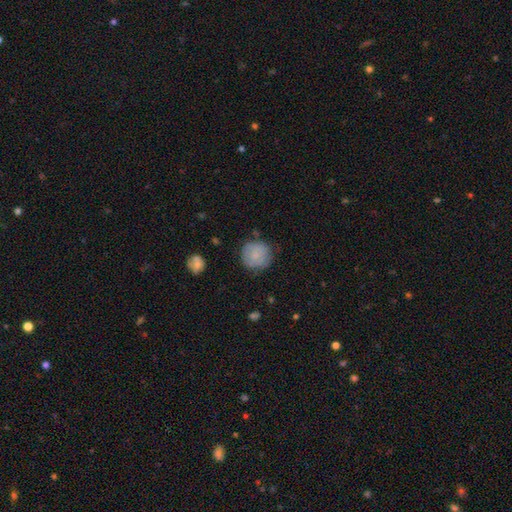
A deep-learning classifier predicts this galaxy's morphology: Smooth or featured: smooth — 76% (featured or disk — 16%)
How rounded: round — 92% (in between — 7%)
Merging: none — 75% (minor disturbance — 18%)